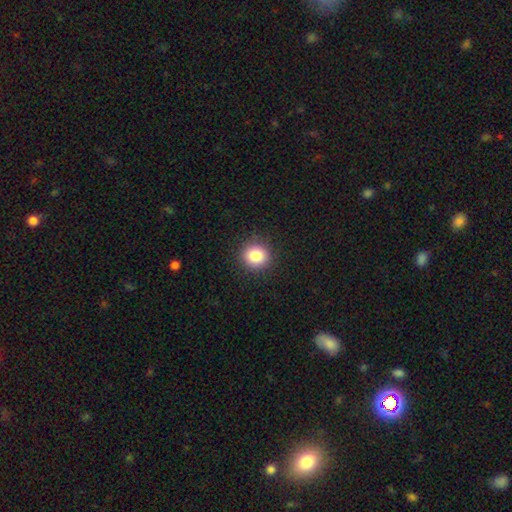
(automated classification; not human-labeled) smooth_or_featured: smooth (p=0.84) [alt: star or artifact p=0.11]
how_rounded: round (p=0.90) [alt: in between p=0.09]
merging: none (p=0.90) [alt: minor disturbance p=0.07]